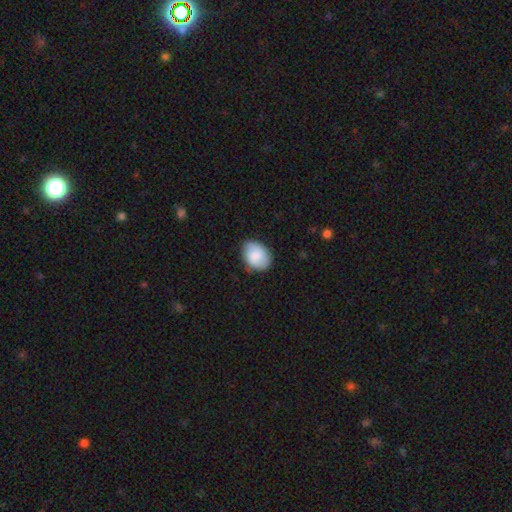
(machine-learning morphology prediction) A smooth galaxy with no disk features (78%) that is in between round and cigar-shaped (70%).

Vote fractions:
- Smooth or featured? smooth: 78% / featured or disk: 15% / star or artifact: 7%
- How rounded? in between: 70% / round: 29% / cigar-shaped: 1%
- Merging? none: 76% / minor disturbance: 19% / major disturbance: 4% / merger: 1%